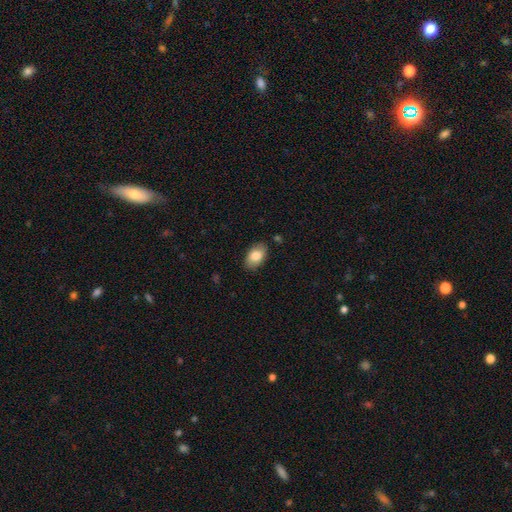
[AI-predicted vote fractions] The model was most divided on "smooth or featured": smooth: 83%, featured or disk: 10%, star or artifact: 7%. More confident: how rounded — in between (91%); merging — none (85%).